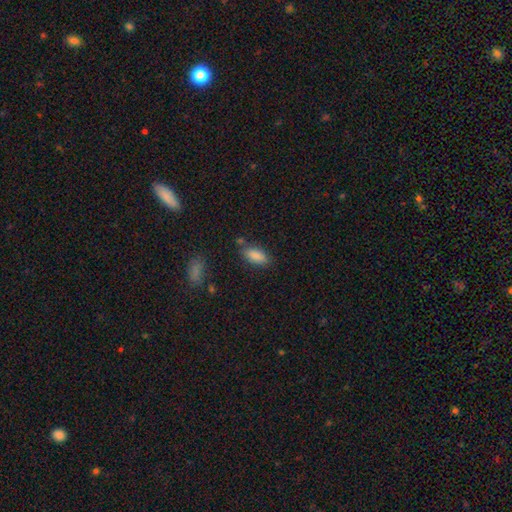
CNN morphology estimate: Q: Smooth or featured?
A: smooth (87%); runner-up: star or artifact (8%)
Q: How rounded?
A: in between (86%); runner-up: cigar-shaped (12%)
Q: Merging?
A: none (74%); runner-up: minor disturbance (16%)